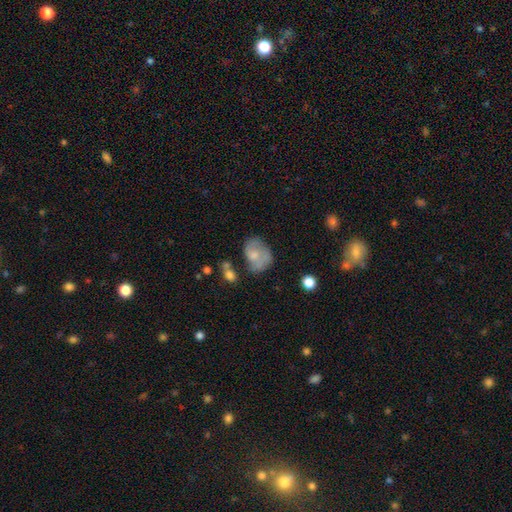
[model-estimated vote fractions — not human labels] The model was most divided on "merging": none: 41%, minor disturbance: 30%, major disturbance: 19%, merger: 10%. More confident: how rounded — in between (66%); smooth or featured — smooth (57%).